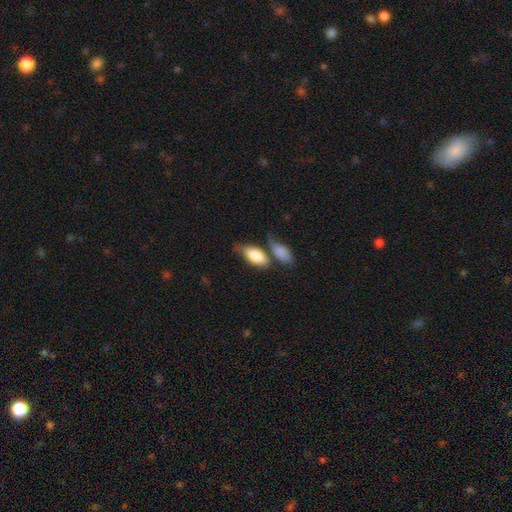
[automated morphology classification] smooth 79%, featured or disk 15%, star or artifact 6%. Down the decision tree: how rounded — in between (90%); merging — none (44%).